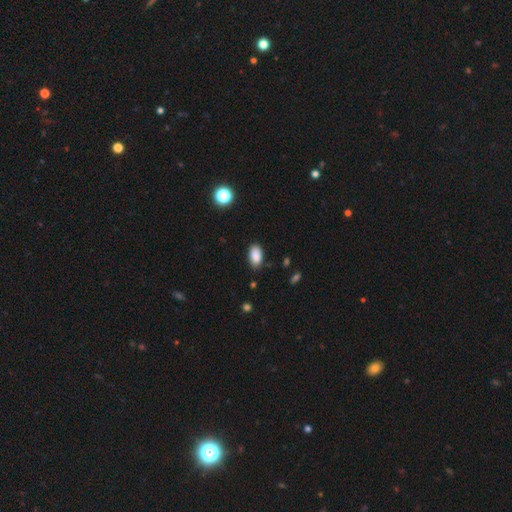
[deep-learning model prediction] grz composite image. It shows a smooth galaxy with no disk features (87%) that is in between round and cigar-shaped (93%). Merging: none (82%).